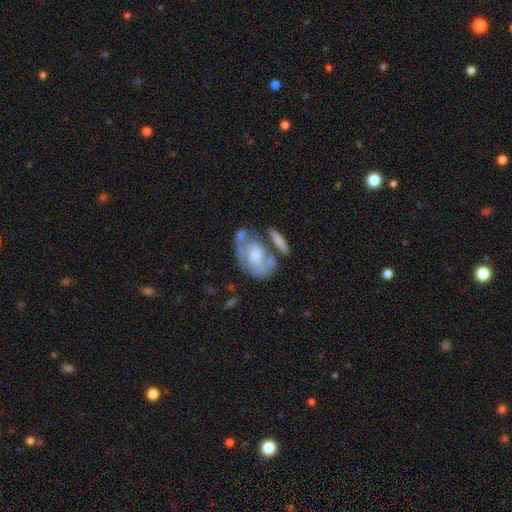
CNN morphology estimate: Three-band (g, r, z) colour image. It shows a featured or disk galaxy (62%) with no bar (73%), spiral arms (63%) and a moderate central bulge (41%). Merging: none (35%).